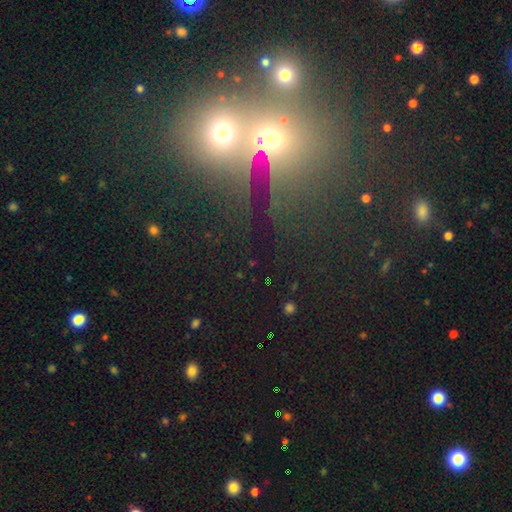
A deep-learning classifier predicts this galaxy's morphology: This appears to be a star or artifact, not a galaxy (49%).